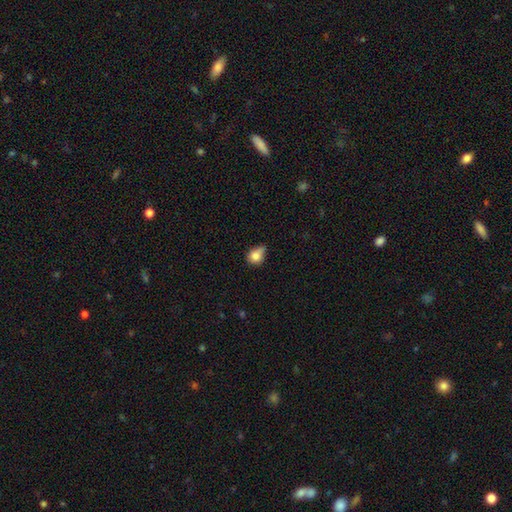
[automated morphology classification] The model was most divided on "merging": minor disturbance: 47%, none: 34%, major disturbance: 14%, merger: 5%. More confident: smooth or featured — smooth (79%); how rounded — round (58%).